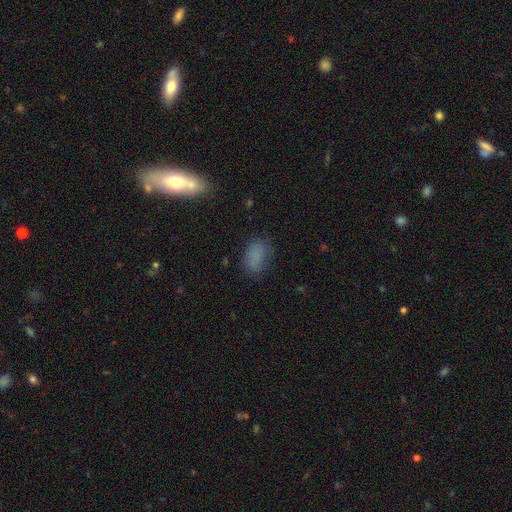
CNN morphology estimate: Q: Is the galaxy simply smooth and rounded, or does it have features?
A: smooth — 78%.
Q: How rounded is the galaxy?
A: in between — 87%.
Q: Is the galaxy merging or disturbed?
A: none — 66%.